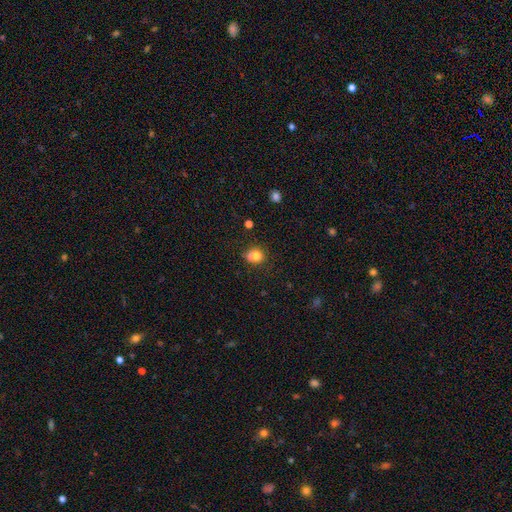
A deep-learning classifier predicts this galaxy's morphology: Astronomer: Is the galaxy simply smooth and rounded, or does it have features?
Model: smooth — 77%.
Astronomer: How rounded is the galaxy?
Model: round — 78%.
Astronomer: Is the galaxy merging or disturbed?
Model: none — 58%.